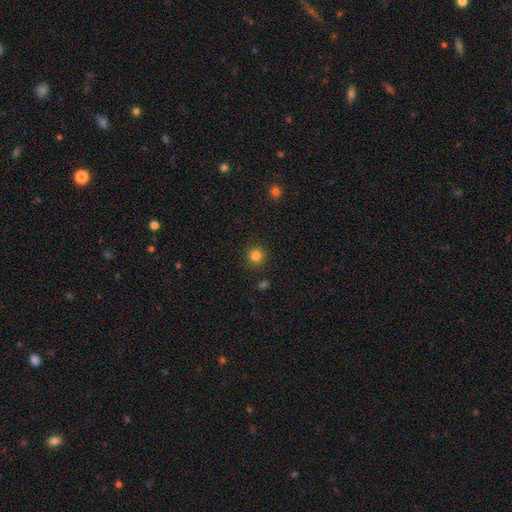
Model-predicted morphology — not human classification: A smooth galaxy with no disk features (83%) that is round (93%). Merging: none (91%).